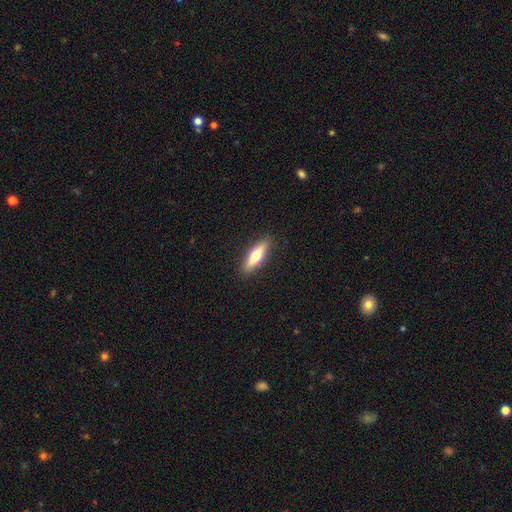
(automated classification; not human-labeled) A smooth galaxy with no disk features (53%) that is cigar-shaped (64%). Merging: none (91%).